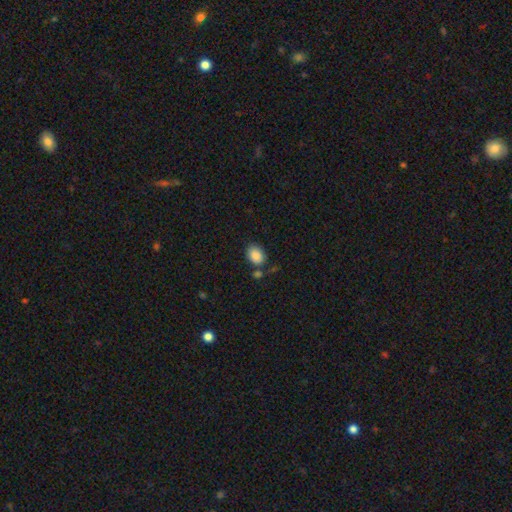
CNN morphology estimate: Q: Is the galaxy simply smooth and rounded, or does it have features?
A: smooth — 88%.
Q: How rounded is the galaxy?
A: in between — 71%.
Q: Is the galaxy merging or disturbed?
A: none — 69%.